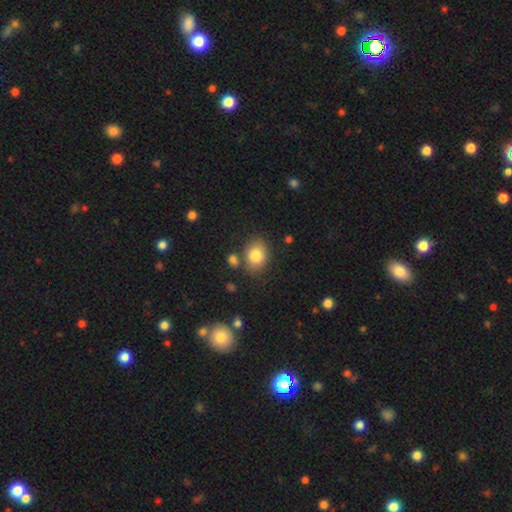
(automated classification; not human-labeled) smooth-or-featured: smooth: 82% | featured or disk: 9% | star or artifact: 9%
  how-rounded: in between: 62% | round: 37% | cigar-shaped: 1%
  merging: none: 73% | minor disturbance: 14% | merger: 9% | major disturbance: 4%